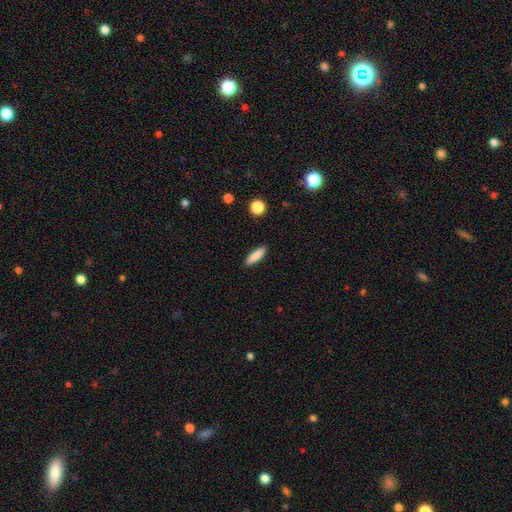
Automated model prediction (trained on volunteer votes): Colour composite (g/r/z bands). It shows a smooth galaxy with no disk features (86%) that is cigar-shaped (67%). Merging: none (89%).